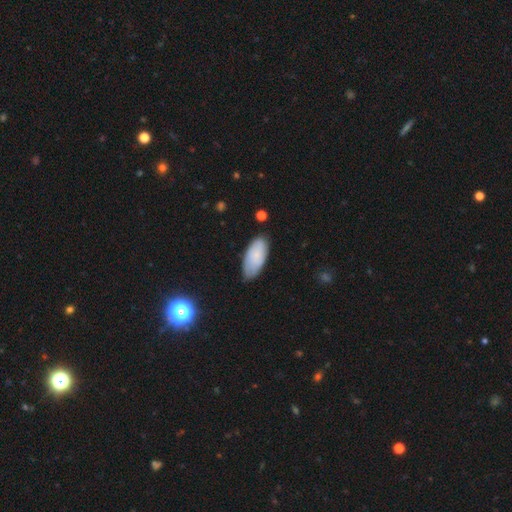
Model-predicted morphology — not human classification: A smooth galaxy with no disk features (76%) that is in between round and cigar-shaped (91%).

Vote fractions:
- Smooth or featured? smooth: 76% / featured or disk: 17% / star or artifact: 7%
- How rounded? in between: 91% / cigar-shaped: 7% / round: 2%
- Merging? none: 71% / minor disturbance: 23% / major disturbance: 4% / merger: 2%